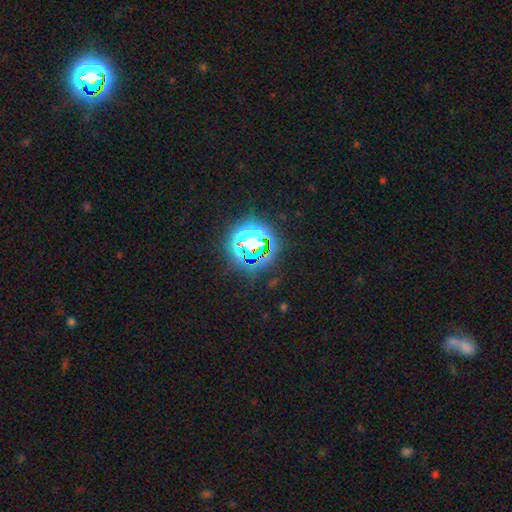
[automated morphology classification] This is likely a star or artifact rather than a galaxy (69%).